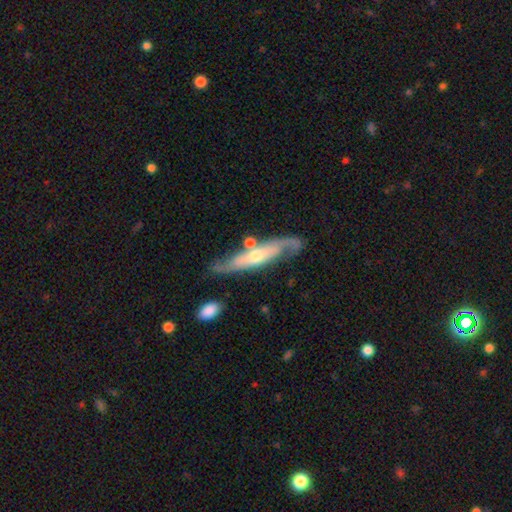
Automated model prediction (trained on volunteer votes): Smooth or featured? featured or disk (71%)
Edge-on disk? no (52%)
Merging? none (59%)